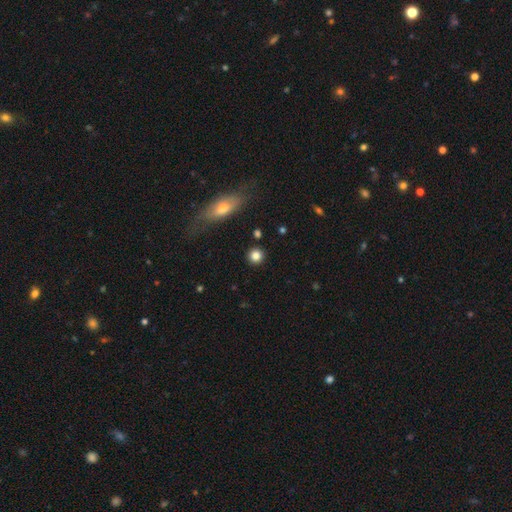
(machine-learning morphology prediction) The model was most divided on "smooth or featured": smooth: 84%, star or artifact: 10%, featured or disk: 6%. More confident: how rounded — round (92%); merging — none (90%).